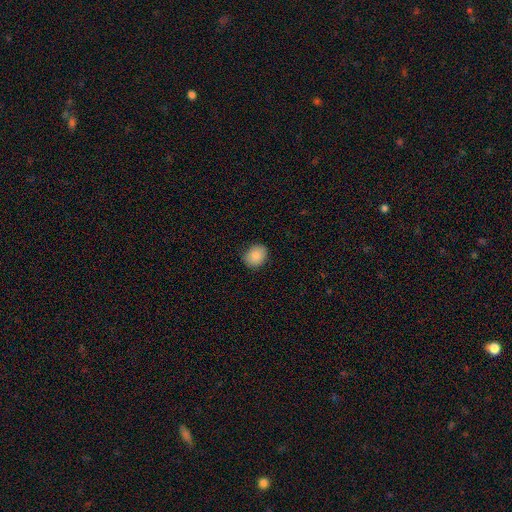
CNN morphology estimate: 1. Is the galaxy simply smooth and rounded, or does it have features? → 88% smooth, 8% star or artifact, 4% featured or disk.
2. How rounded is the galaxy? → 50% round, 49% in between, 1% cigar-shaped.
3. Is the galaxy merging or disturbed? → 86% none, 11% minor disturbance, 2% major disturbance, 1% merger.